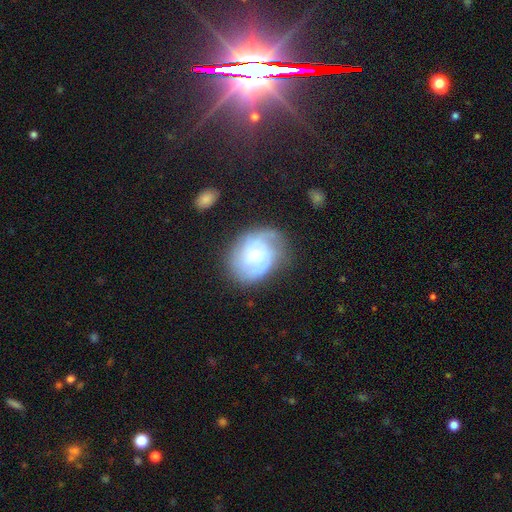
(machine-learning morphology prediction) This appears to be a featured or disk galaxy (68%) with no bar (66%), 2 (40%) tight (47%) spiral arms (89%) and a small central bulge (50%). Merging: none (61%).